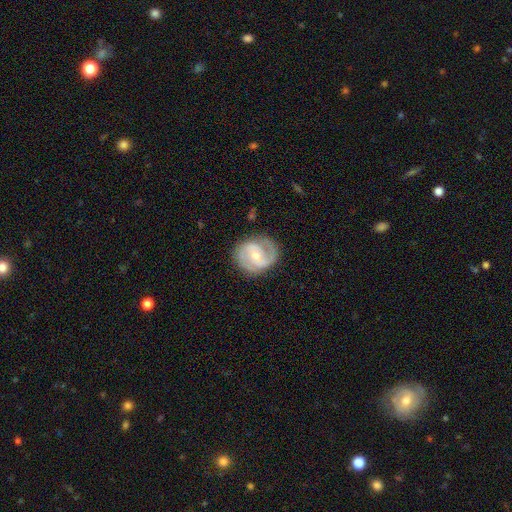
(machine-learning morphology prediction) The model was most divided on "bulge size": moderate: 50%, small: 47%, large: 2%, none: 1%, dominant: 1%. Remaining: edge-on disk — no (97%); spiral arms — yes (93%); smooth or featured — featured or disk (83%); spiral arm count — 2 (80%); merging — none (77%); spiral winding — medium (46%); bar — weak (43%).